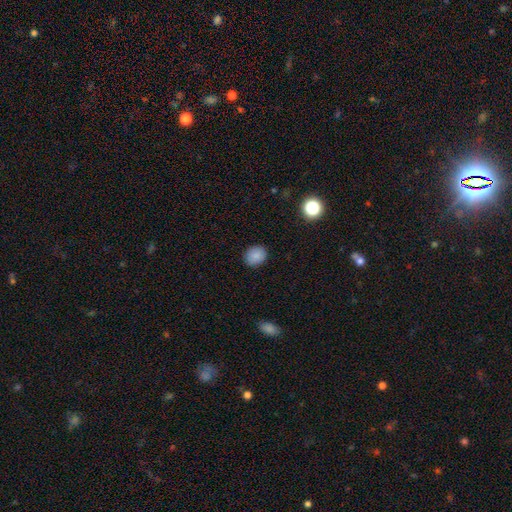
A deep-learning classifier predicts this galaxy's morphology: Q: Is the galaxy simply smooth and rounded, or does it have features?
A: smooth — 86%.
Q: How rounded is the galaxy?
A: round — 60%.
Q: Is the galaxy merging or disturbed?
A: none — 89%.